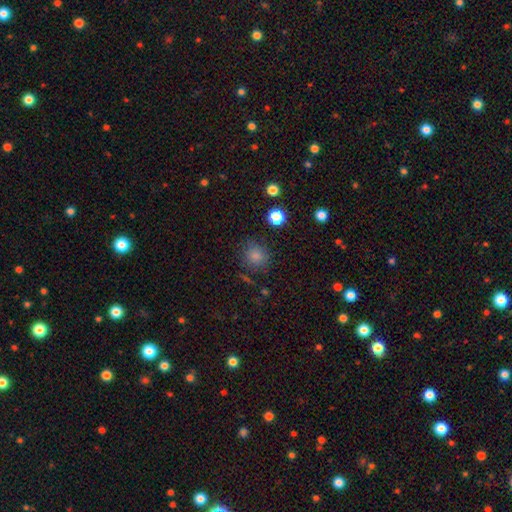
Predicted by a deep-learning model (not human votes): A smooth galaxy with no disk features (81%) that is round (87%). Merging: none (79%).